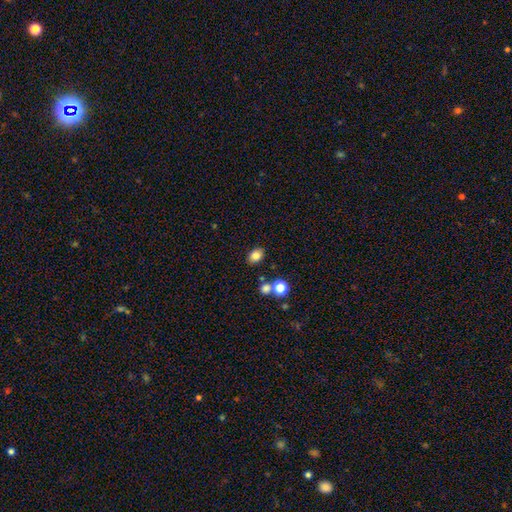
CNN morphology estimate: Smooth or featured: smooth — 82% (star or artifact — 11%)
How rounded: in between — 69% (round — 30%)
Merging: none — 81% (minor disturbance — 10%)